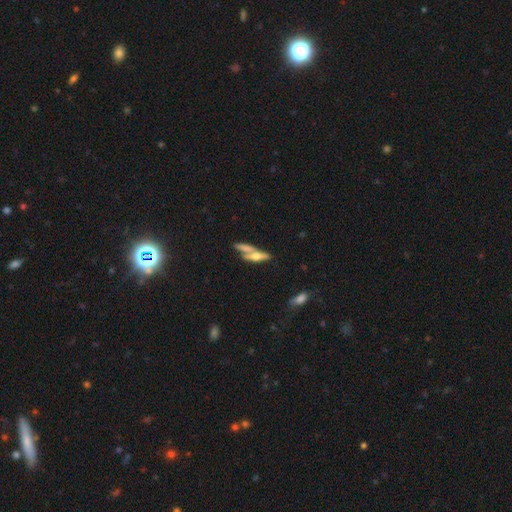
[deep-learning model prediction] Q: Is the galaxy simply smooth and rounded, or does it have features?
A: featured or disk — 51%.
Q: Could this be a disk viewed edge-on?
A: yes — 80%.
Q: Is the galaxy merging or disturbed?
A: none — 44%.